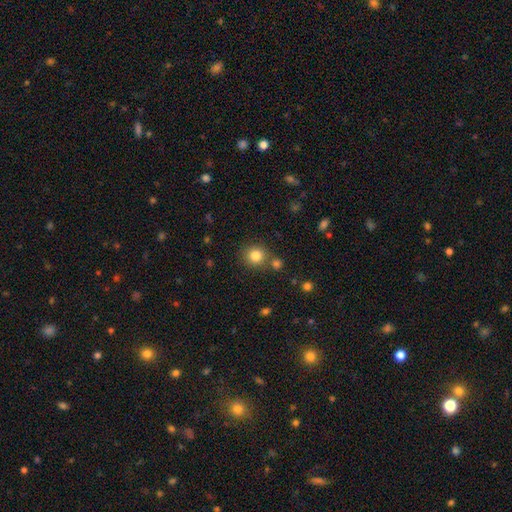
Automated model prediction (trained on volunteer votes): smooth_or_featured: smooth (p=0.82) [alt: star or artifact p=0.12]
how_rounded: round (p=0.91) [alt: in between p=0.08]
merging: none (p=0.77) [alt: merger p=0.12]